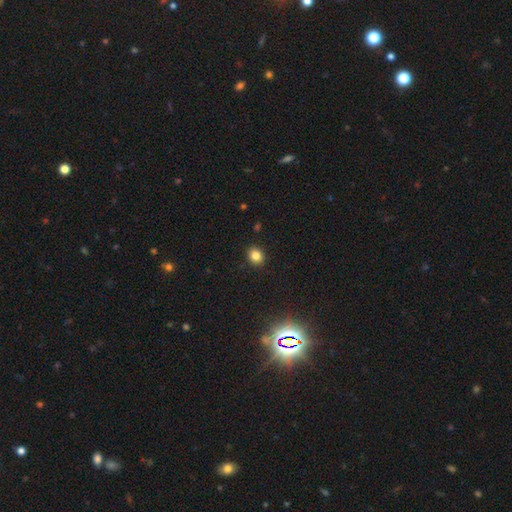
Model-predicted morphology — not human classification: This is clearly a smooth galaxy (82%). How rounded: possibly round (57%). Merging: clearly none (90%).